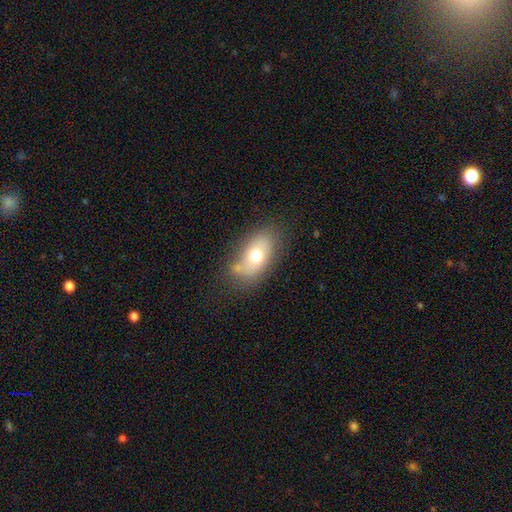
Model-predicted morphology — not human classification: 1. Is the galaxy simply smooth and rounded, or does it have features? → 66% smooth, 24% featured or disk, 10% star or artifact.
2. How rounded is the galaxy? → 88% in between, 9% round, 3% cigar-shaped.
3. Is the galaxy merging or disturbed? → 64% none, 21% minor disturbance, 8% major disturbance, 7% merger.